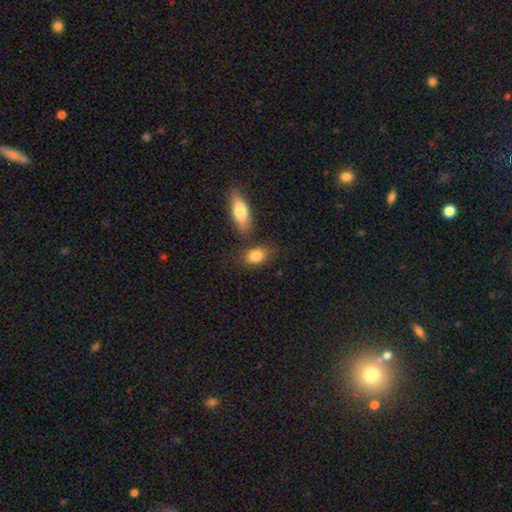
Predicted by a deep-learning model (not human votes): A smooth galaxy with no disk features (82%) that is in between round and cigar-shaped (80%). Merging: none (65%).